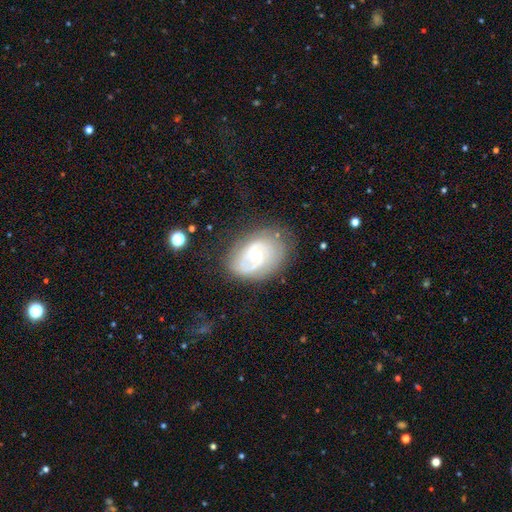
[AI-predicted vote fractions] Q: Smooth or featured?
A: featured or disk (80%); runner-up: smooth (14%)
Q: Edge-on disk?
A: no (97%); runner-up: yes (3%)
Q: Bar?
A: no (67%); runner-up: weak (27%)
Q: Spiral arms?
A: yes (88%); runner-up: no (12%)
Q: Spiral winding?
A: tight (61%); runner-up: medium (29%)
Q: Spiral arm count?
A: 2 (49%); runner-up: can't tell (28%)
Q: Bulge size?
A: moderate (52%); runner-up: small (44%)
Q: Merging?
A: none (71%); runner-up: minor disturbance (19%)